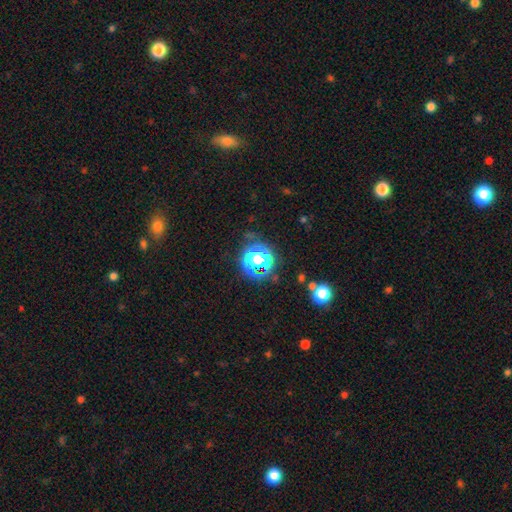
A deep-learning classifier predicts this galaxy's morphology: Q: Smooth or featured?
A: star or artifact (74%); runner-up: smooth (18%)